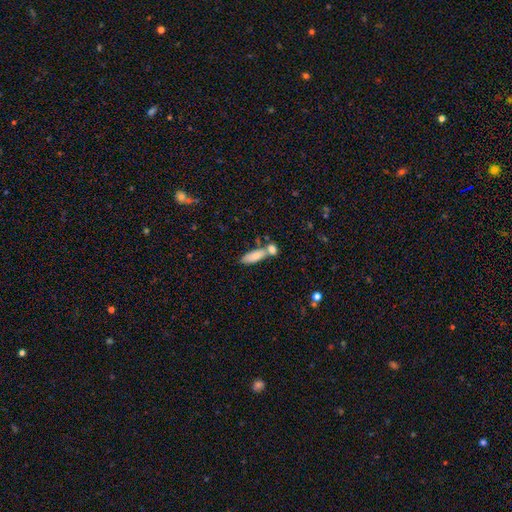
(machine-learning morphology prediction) This is likely a smooth galaxy (80%). How rounded: likely in between (64%). Merging: marginally none (42%).